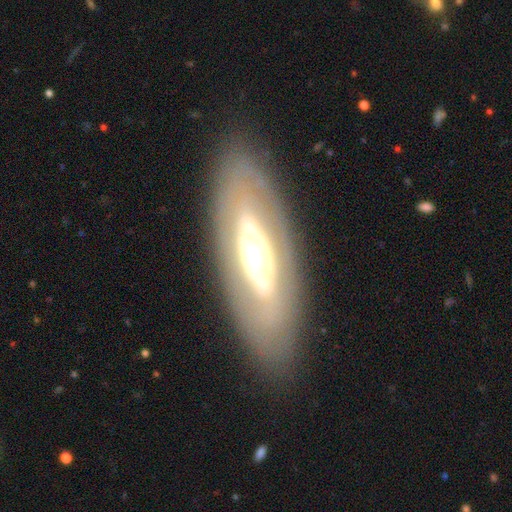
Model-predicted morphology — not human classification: Smooth or featured? Predicted: featured or disk (p=0.67). Edge-on disk? Predicted: no (p=0.76). Bar? Predicted: no (p=0.68). Spiral arms? Predicted: no (p=0.81). Bulge size? Predicted: moderate (p=0.50). Merging? Predicted: none (p=0.84).